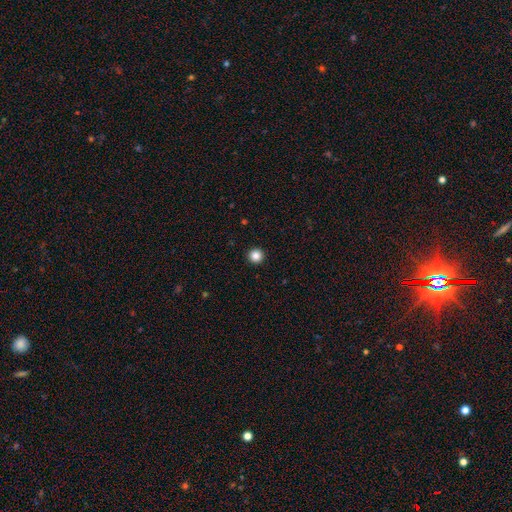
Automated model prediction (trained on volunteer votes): The model was most divided on "smooth or featured": smooth: 86%, star or artifact: 10%, featured or disk: 4%. More confident: how rounded — round (96%); merging — none (94%).